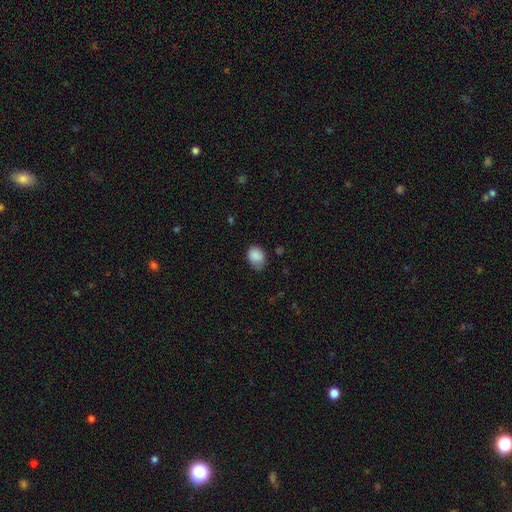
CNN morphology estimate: Smooth or featured?
  - smooth: 87% *
  - star or artifact: 8%
  - featured or disk: 5%
How rounded?
  - in between: 58% *
  - round: 41%
  - cigar-shaped: 1%
Merging?
  - none: 60% *
  - minor disturbance: 31%
  - major disturbance: 7%
  - merger: 2%